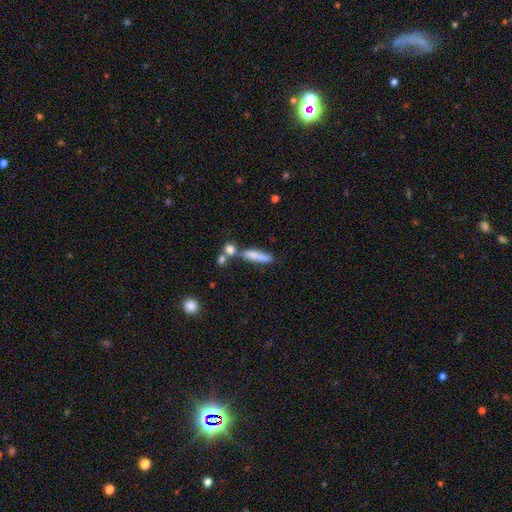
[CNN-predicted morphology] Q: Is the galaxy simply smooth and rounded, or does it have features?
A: smooth — 75%.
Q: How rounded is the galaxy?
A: cigar-shaped — 76%.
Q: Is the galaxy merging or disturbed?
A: none — 50%.